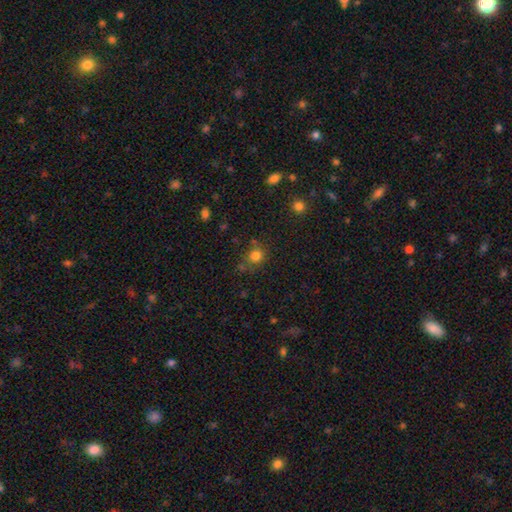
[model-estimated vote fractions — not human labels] This is likely a smooth galaxy (78%). How rounded: clearly round (82%). Merging: likely none (67%).